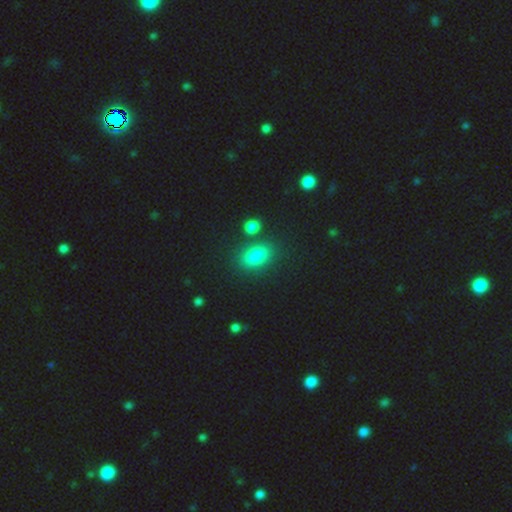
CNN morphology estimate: Smooth or featured?
  - smooth: 80% *
  - star or artifact: 13%
  - featured or disk: 8%
How rounded?
  - in between: 77% *
  - round: 20%
  - cigar-shaped: 3%
Merging?
  - none: 77% *
  - minor disturbance: 11%
  - merger: 9%
  - major disturbance: 4%